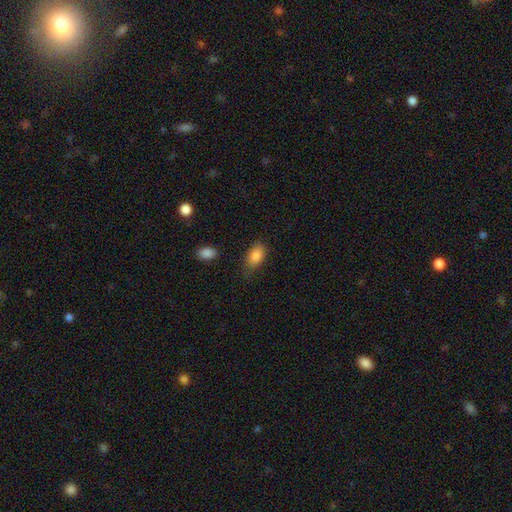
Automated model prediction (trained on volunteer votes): smooth 87%, star or artifact 8%, featured or disk 6%. Down the decision tree: how rounded — in between (90%); merging — none (75%).